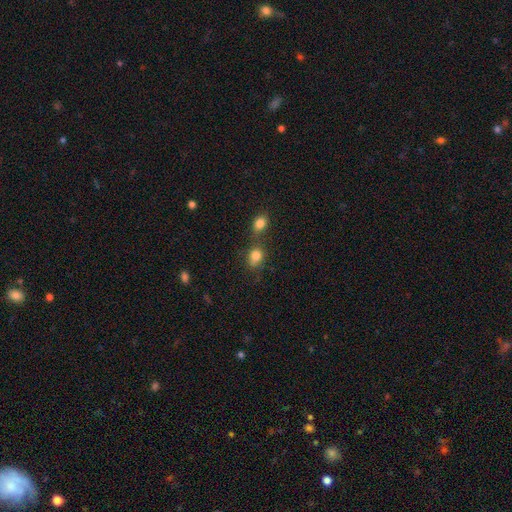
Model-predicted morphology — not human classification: Smooth or featured? Predicted: smooth (p=0.81). How rounded? Predicted: round (p=0.49, tied with in between). Merging? Predicted: none (p=0.47).